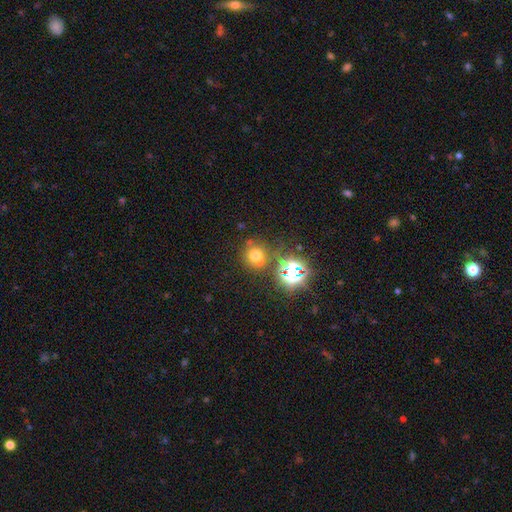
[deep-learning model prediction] This is likely a smooth galaxy (61%). How rounded: clearly round (89%). Merging: likely none (73%).